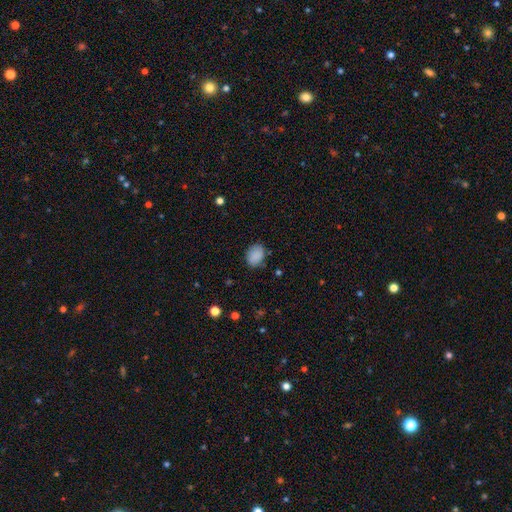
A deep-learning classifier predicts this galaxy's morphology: This is clearly a smooth galaxy (88%). How rounded: likely in between (66%). Merging: likely none (79%).